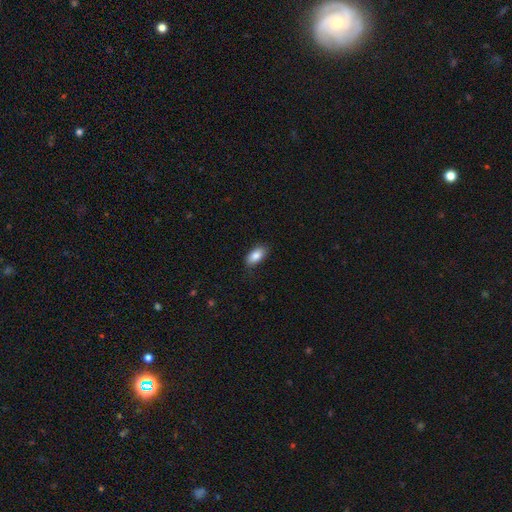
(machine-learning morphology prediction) type=smooth (85%); roundness=in between (91%); merging=none (80%).